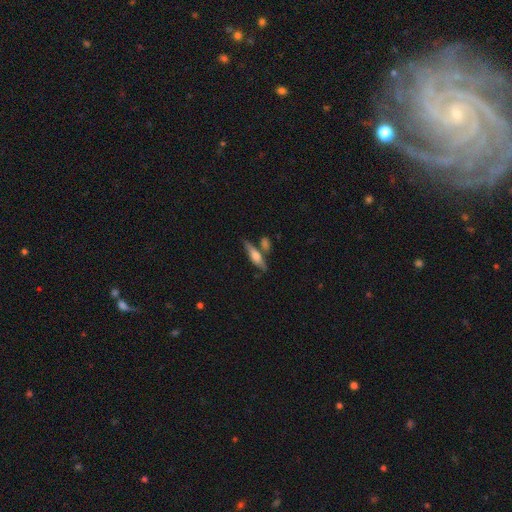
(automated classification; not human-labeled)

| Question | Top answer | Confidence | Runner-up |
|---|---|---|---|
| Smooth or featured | featured or disk | 49% | smooth (44%) |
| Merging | none | 69% | merger (15%) |